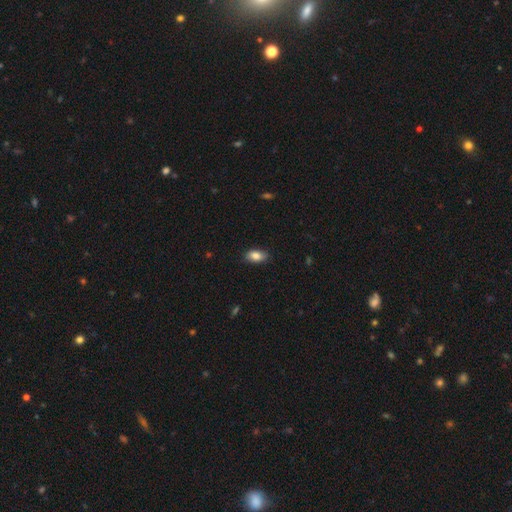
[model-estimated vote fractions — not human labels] Smooth or featured? Predicted: smooth (p=0.85). How rounded? Predicted: in between (p=0.91). Merging? Predicted: none (p=0.84).